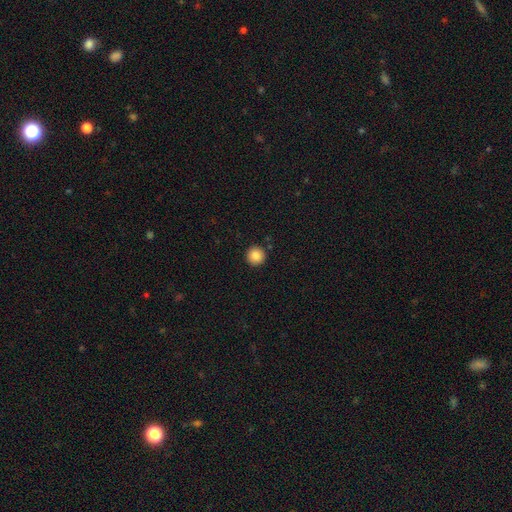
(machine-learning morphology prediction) A smooth galaxy with no disk features (87%) that is round (96%). Merging: none (92%).